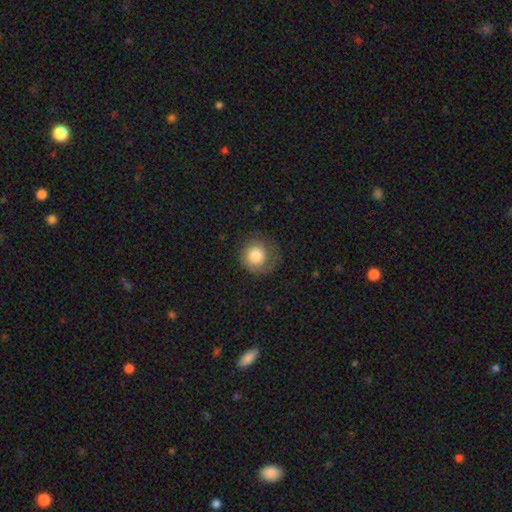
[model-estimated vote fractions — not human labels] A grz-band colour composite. It shows a smooth galaxy with no disk features (74%) that is round (91%). Merging: none (63%).